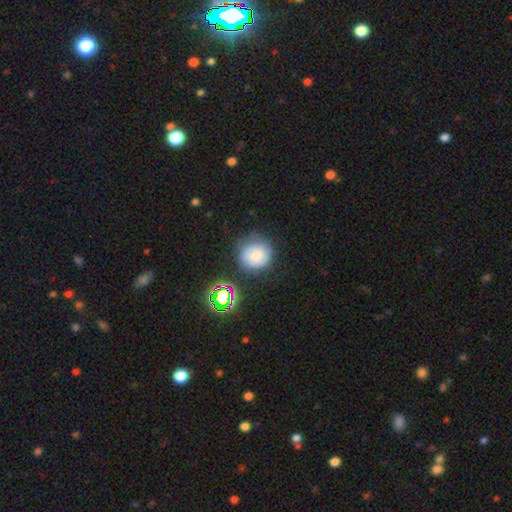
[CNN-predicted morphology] This appears to be a smooth galaxy with no disk features (60%) that is round (88%). Merging: none (65%).